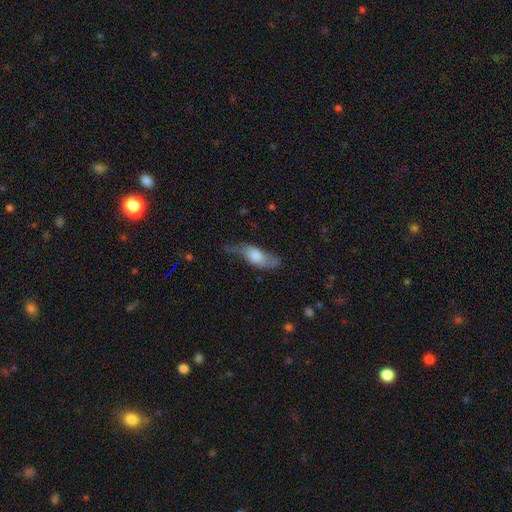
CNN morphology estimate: type=smooth (59%); roundness=in between (73%); merging=none (41%).